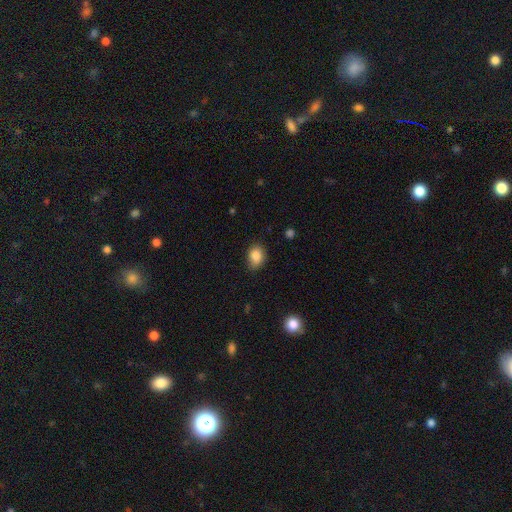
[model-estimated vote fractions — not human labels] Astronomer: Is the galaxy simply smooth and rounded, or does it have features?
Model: smooth — 86%.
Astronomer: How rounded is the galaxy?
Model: in between — 66%.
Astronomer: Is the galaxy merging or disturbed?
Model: none — 69%.